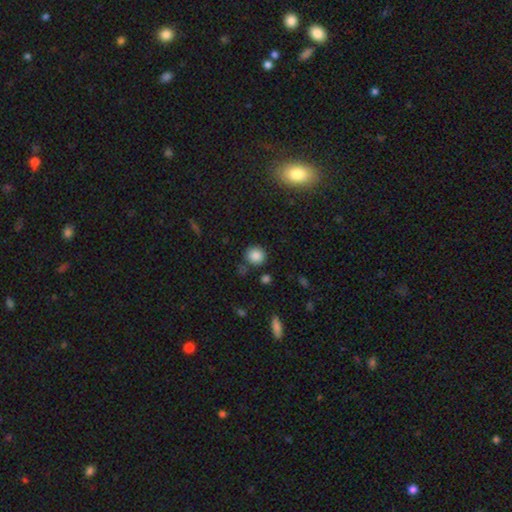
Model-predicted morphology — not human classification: smooth 85%, star or artifact 11%, featured or disk 4%. Down the decision tree: how rounded — round (87%); merging — none (81%).